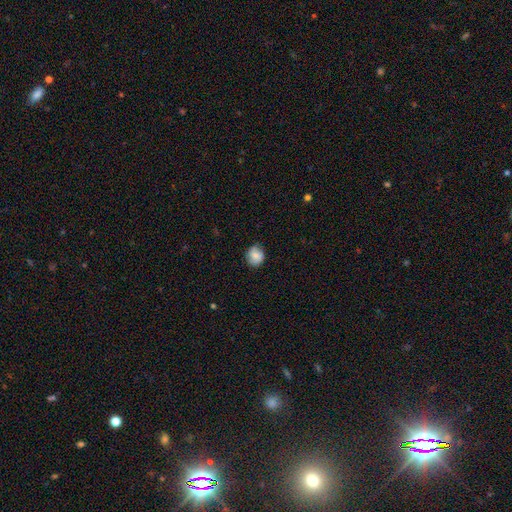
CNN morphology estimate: Smooth or featured? smooth (78%)
How rounded? round (80%)
Merging? none (78%)